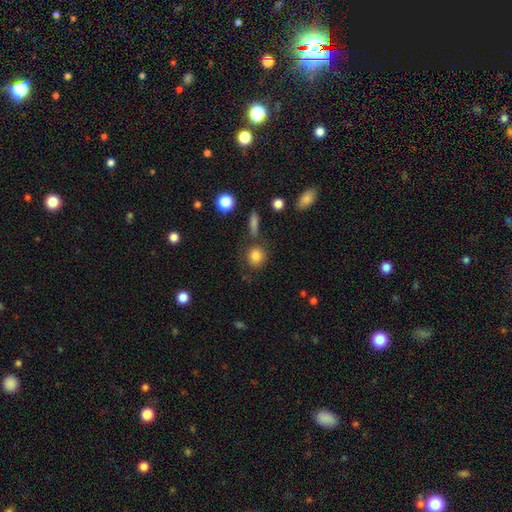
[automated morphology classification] Overall: smooth (83%). How rounded: round (83%). Merging: none (75%).